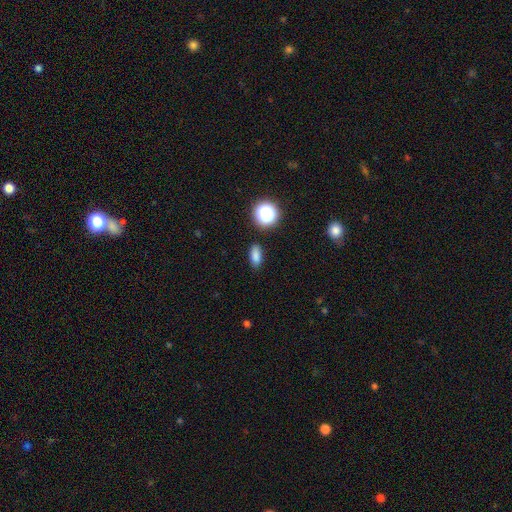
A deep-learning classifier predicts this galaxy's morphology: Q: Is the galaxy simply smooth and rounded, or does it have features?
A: smooth — 81%.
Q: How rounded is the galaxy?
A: in between — 79%.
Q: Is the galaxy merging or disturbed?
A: none — 87%.